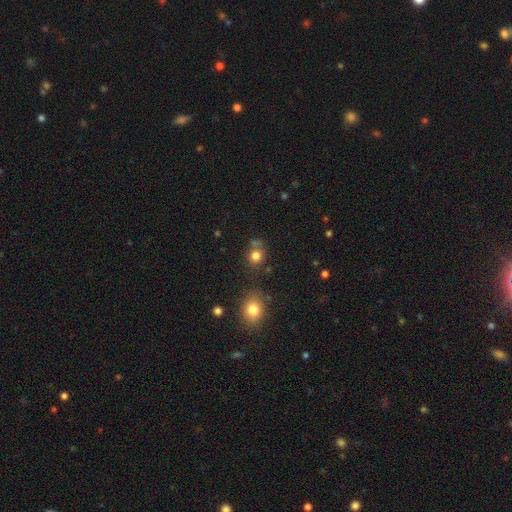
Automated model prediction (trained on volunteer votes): smooth-or-featured: smooth: 80% | star or artifact: 14% | featured or disk: 6%
  how-rounded: round: 82% | in between: 17% | cigar-shaped: 1%
  merging: none: 70% | merger: 14% | minor disturbance: 12% | major disturbance: 4%